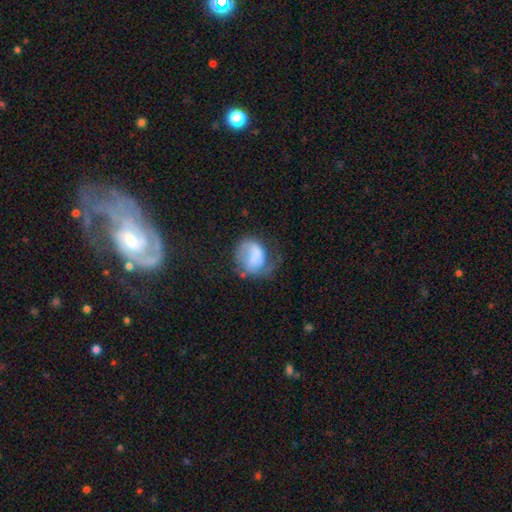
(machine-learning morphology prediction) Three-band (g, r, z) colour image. It shows a smooth galaxy with no disk features (47%). Merging: major disturbance (38%).